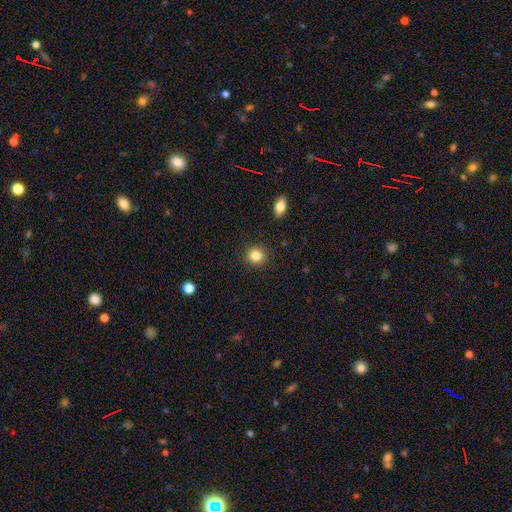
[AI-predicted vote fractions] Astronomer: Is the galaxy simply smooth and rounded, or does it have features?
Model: smooth — 85%.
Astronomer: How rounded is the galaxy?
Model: round — 87%.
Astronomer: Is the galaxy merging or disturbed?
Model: none — 91%.